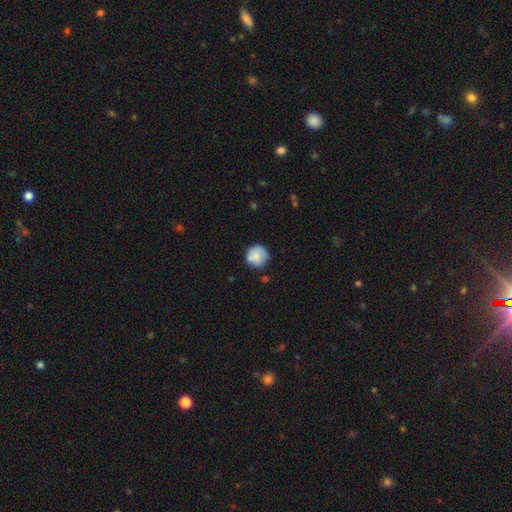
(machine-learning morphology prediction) smooth_or_featured: smooth (p=0.77) [alt: featured or disk p=0.16]
how_rounded: round (p=0.92) [alt: in between p=0.07]
merging: none (p=0.72) [alt: minor disturbance p=0.19]